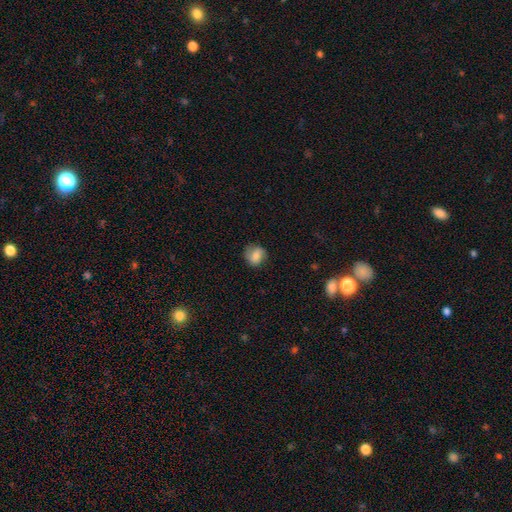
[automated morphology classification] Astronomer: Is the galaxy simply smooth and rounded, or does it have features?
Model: smooth — 72%.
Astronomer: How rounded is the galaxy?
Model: round — 69%.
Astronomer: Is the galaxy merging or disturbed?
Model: none — 71%.